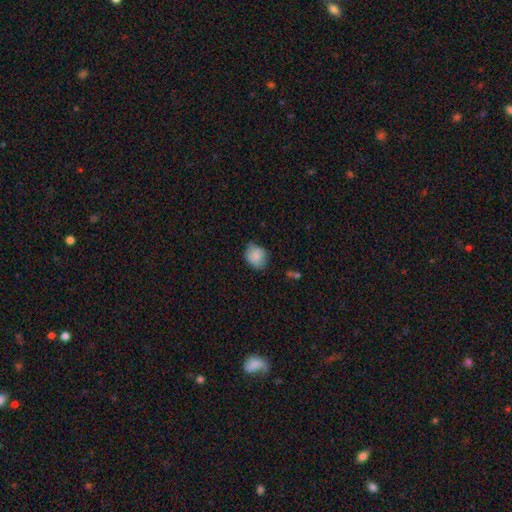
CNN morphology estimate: smooth_or_featured: smooth (p=0.78) [alt: featured or disk p=0.15]
how_rounded: round (p=0.56) [alt: in between p=0.43]
merging: none (p=0.58) [alt: minor disturbance p=0.32]